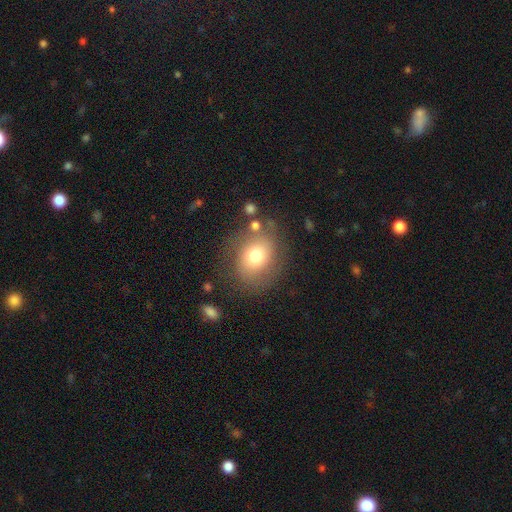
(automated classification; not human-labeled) smooth-or-featured: smooth: 68% | featured or disk: 21% | star or artifact: 10%
  how-rounded: round: 62% | in between: 37% | cigar-shaped: 1%
  merging: none: 70% | minor disturbance: 17% | major disturbance: 9% | merger: 4%